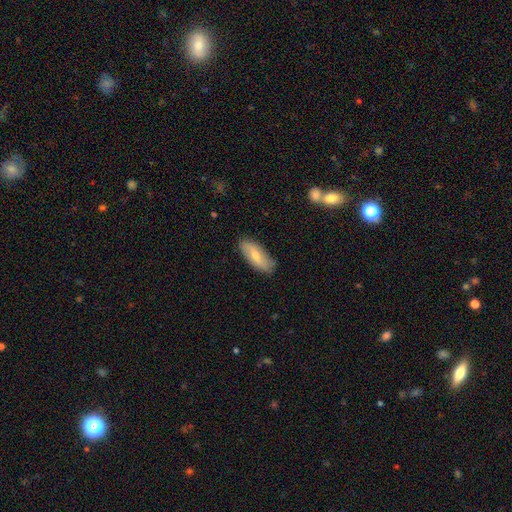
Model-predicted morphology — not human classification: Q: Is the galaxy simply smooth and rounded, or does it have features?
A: smooth — 56%.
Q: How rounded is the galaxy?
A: in between — 76%.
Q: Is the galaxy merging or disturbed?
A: none — 84%.